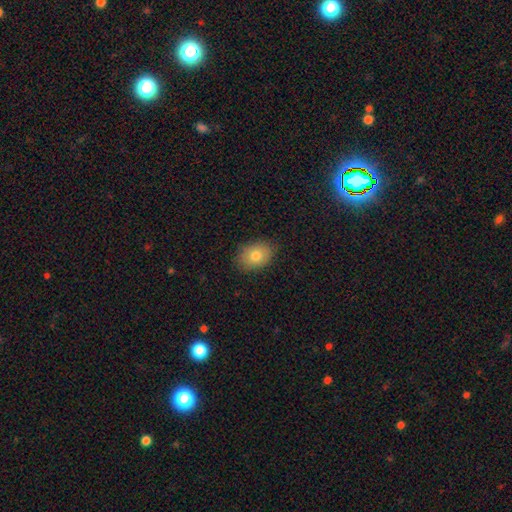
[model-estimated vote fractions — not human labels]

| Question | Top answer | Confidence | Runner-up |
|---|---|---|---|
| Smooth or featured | smooth | 80% | featured or disk (11%) |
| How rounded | in between | 75% | round (24%) |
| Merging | none | 85% | minor disturbance (11%) |